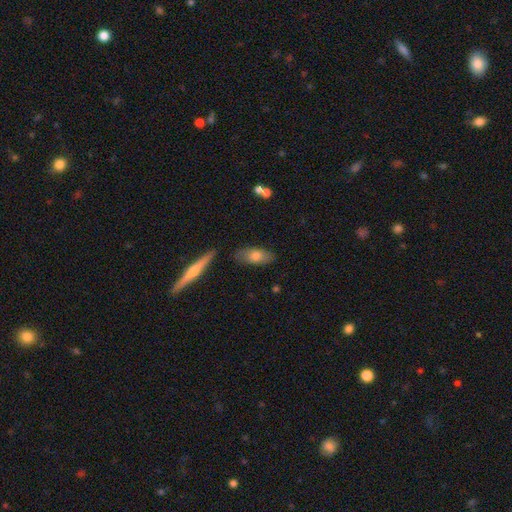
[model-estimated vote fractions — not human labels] This is likely a smooth galaxy (73%). How rounded: likely in between (78%). Merging: likely none (77%).